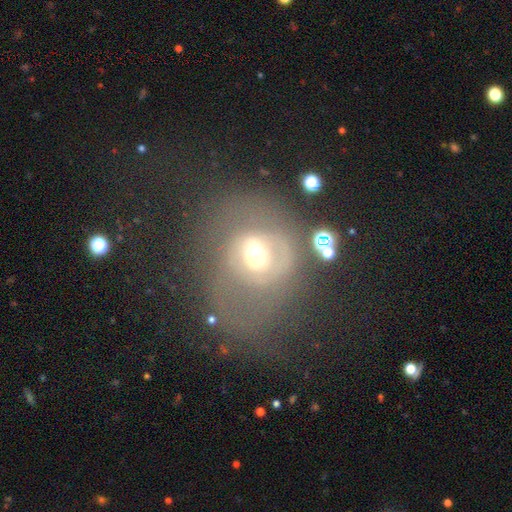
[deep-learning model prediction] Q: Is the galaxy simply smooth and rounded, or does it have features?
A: featured or disk — 58%.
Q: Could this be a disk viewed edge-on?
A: no — 96%.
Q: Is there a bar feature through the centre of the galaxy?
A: no — 55%.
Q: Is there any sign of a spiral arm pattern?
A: yes — 52%.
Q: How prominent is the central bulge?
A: moderate — 66%.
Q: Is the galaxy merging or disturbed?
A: none — 40%.